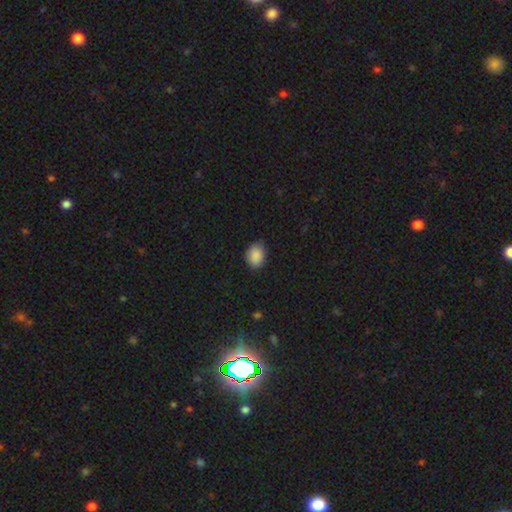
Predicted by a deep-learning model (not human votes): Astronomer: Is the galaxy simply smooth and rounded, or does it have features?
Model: smooth — 88%.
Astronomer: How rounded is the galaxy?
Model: in between — 64%.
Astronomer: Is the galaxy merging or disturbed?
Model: none — 72%.